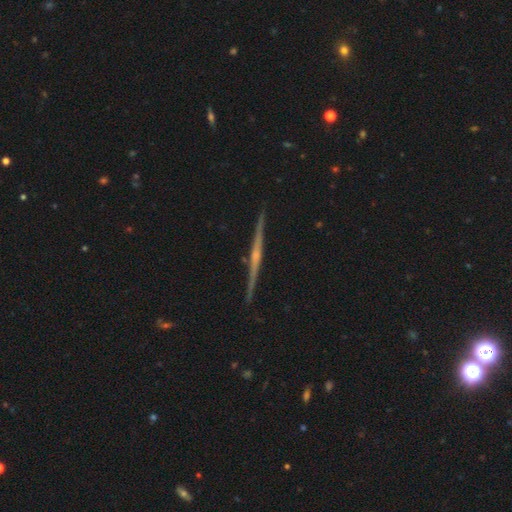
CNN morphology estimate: This is clearly a featured or disk galaxy (83%). It is clearly viewed edge-on (99%). Edge-on bulge: possibly rounded (59%). Merging: clearly none (92%).